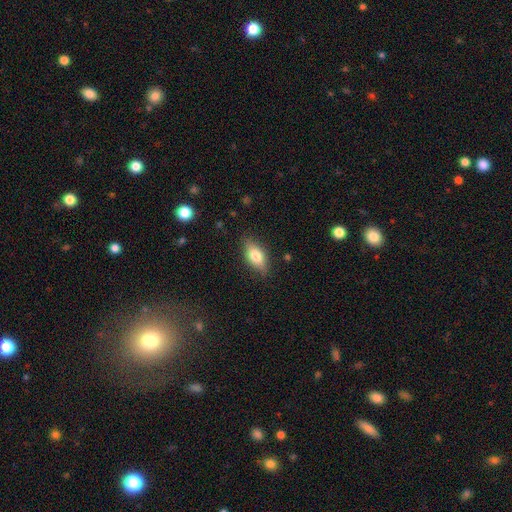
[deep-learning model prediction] Morphology: type=smooth (72%); roundness=in between (84%); merging=none (81%).